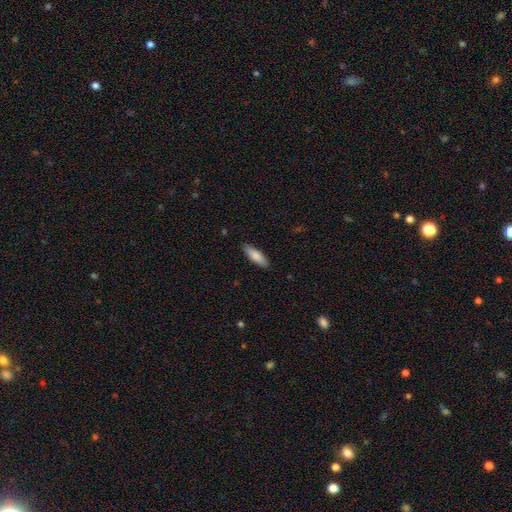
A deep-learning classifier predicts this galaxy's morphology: A smooth galaxy with no disk features (83%) that is in between round and cigar-shaped (50%).

Vote fractions:
- Smooth or featured? smooth: 83% / featured or disk: 11% / star or artifact: 5%
- How rounded? in between: 50% / cigar-shaped: 49% / round: 2%
- Merging? none: 89% / minor disturbance: 8% / major disturbance: 2% / merger: 1%